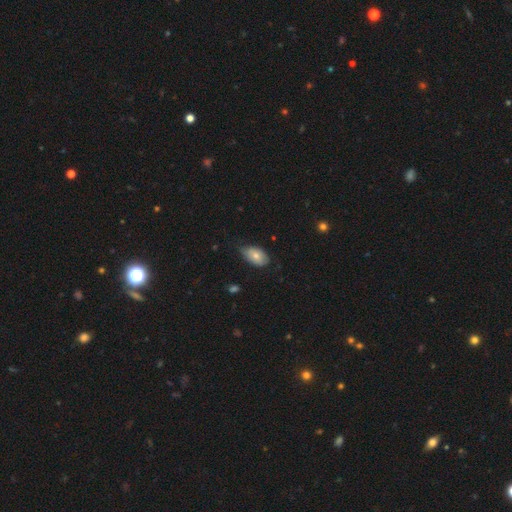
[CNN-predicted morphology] smooth-or-featured: smooth: 71% | featured or disk: 22% | star or artifact: 7%
  how-rounded: in between: 92% | round: 7% | cigar-shaped: 2%
  merging: none: 61% | minor disturbance: 33% | major disturbance: 5% | merger: 1%